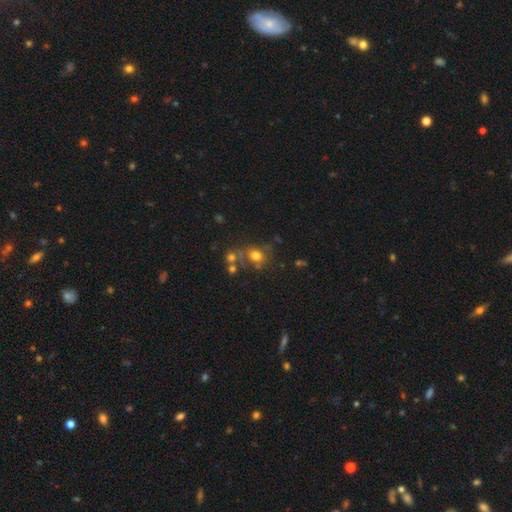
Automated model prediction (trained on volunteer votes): A smooth galaxy with no disk features (69%) that is round (68%).

Vote fractions:
- Smooth or featured? smooth: 69% / star or artifact: 16% / featured or disk: 14%
- How rounded? round: 68% / in between: 31% / cigar-shaped: 1%
- Merging? none: 56% / merger: 20% / minor disturbance: 15% / major disturbance: 9%